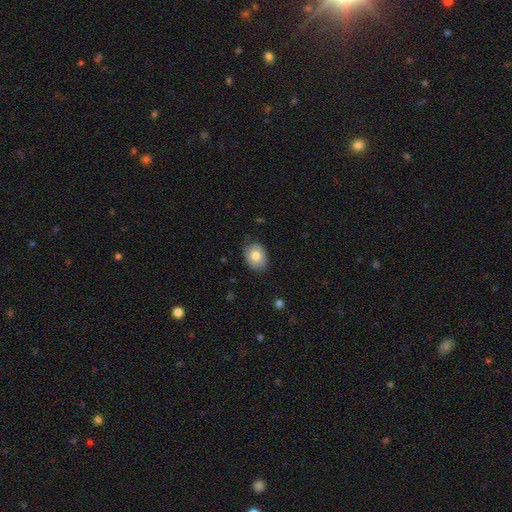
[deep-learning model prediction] smooth_or_featured: smooth (p=0.76) [alt: featured or disk p=0.17]
how_rounded: in between (p=0.68) [alt: round p=0.31]
merging: none (p=0.75) [alt: minor disturbance p=0.20]